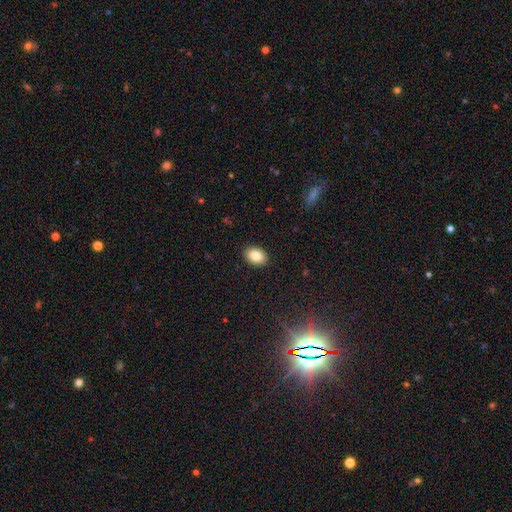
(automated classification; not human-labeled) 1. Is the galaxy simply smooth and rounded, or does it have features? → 85% smooth, 8% star or artifact, 7% featured or disk.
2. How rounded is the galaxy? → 76% in between, 24% round, 1% cigar-shaped.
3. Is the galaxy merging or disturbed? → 90% none, 7% minor disturbance, 2% major disturbance, 1% merger.